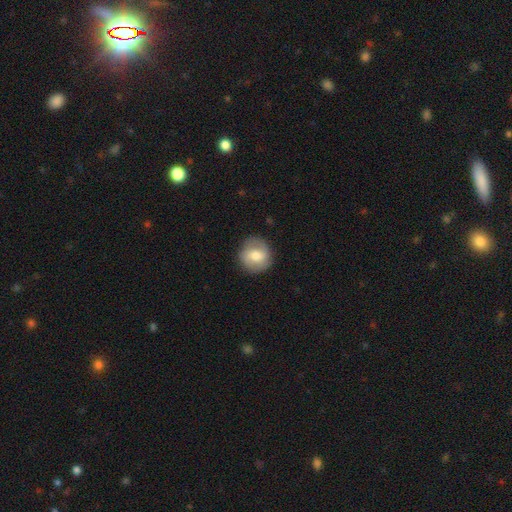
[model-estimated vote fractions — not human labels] A smooth galaxy with no disk features (56%) that is round (88%).

Vote fractions:
- Smooth or featured? smooth: 56% / featured or disk: 37% / star or artifact: 7%
- How rounded? round: 88% / in between: 11% / cigar-shaped: 1%
- Merging? none: 84% / minor disturbance: 11% / major disturbance: 4% / merger: 1%